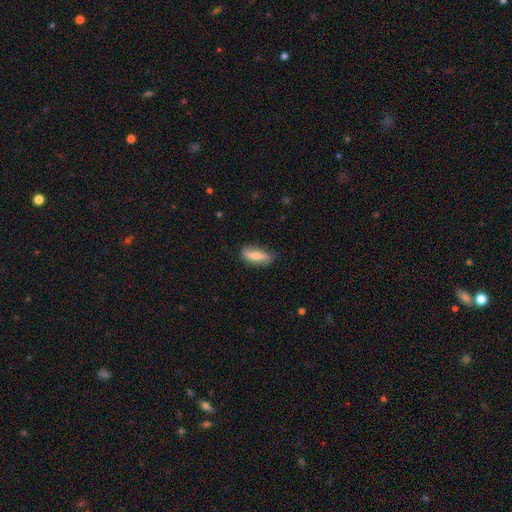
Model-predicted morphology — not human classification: smooth 66%, featured or disk 28%, star or artifact 7%. Down the decision tree: how rounded — in between (63%); merging — none (74%).